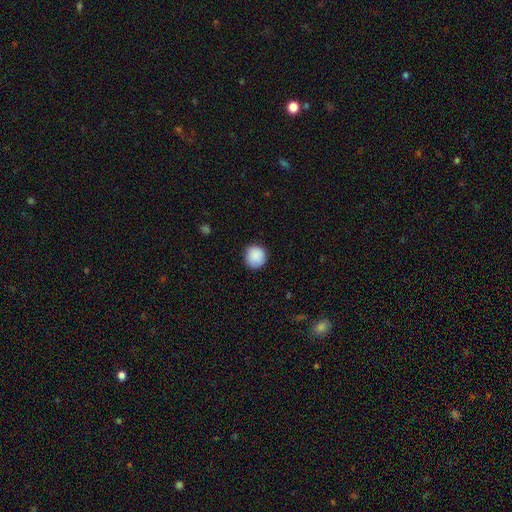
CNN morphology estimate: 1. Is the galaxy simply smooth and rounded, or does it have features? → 89% smooth, 8% star or artifact, 3% featured or disk.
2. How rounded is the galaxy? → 92% round, 7% in between, 1% cigar-shaped.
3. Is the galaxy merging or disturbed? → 85% none, 12% minor disturbance, 2% major disturbance, 1% merger.